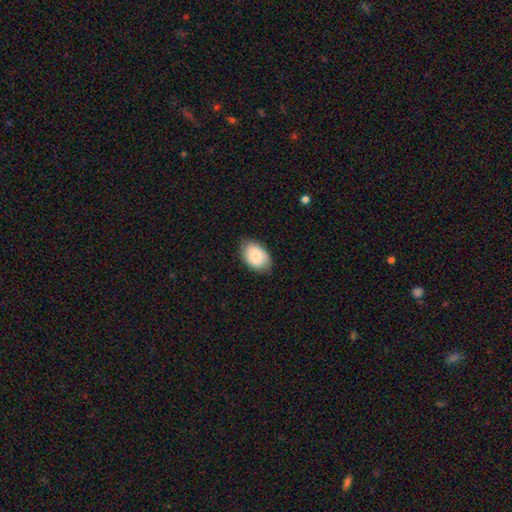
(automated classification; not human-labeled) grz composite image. It shows a smooth galaxy with no disk features (81%) that is in between round and cigar-shaped (88%). Merging: none (80%).